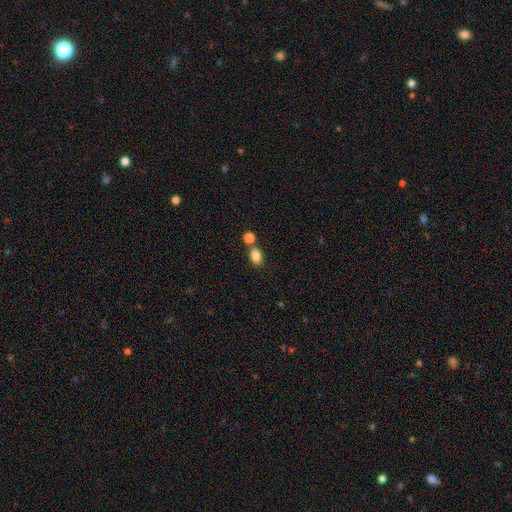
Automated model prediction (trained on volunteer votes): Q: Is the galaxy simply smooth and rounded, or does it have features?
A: smooth — 84%.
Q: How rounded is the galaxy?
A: in between — 76%.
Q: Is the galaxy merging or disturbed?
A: none — 61%.